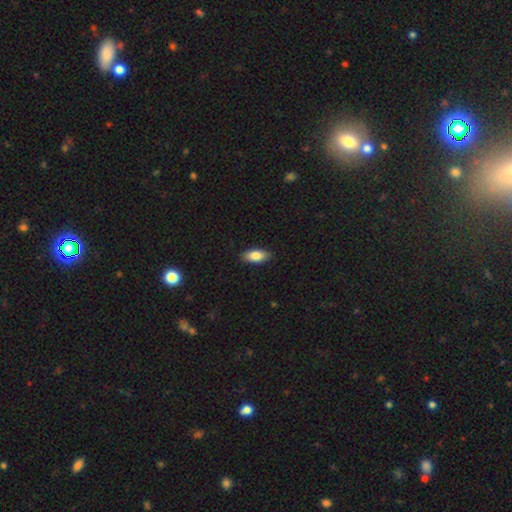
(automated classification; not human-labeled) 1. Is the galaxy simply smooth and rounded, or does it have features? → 83% smooth, 11% featured or disk, 6% star or artifact.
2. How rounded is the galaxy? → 86% in between, 11% cigar-shaped, 3% round.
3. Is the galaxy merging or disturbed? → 88% none, 9% minor disturbance, 2% major disturbance, 1% merger.